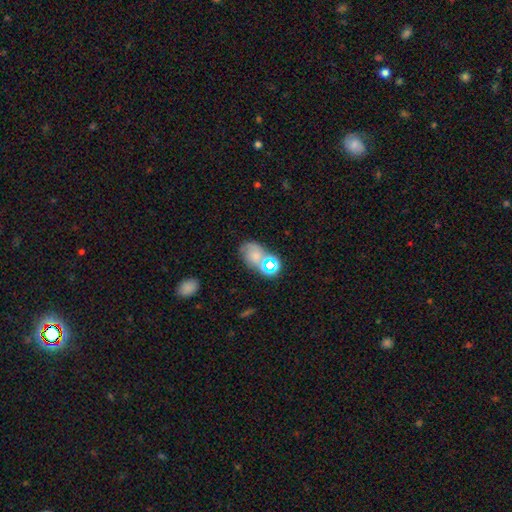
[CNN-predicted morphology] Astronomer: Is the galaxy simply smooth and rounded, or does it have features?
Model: smooth — 47% (runner-up: featured or disk, 32%).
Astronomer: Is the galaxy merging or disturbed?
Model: none — 48%.